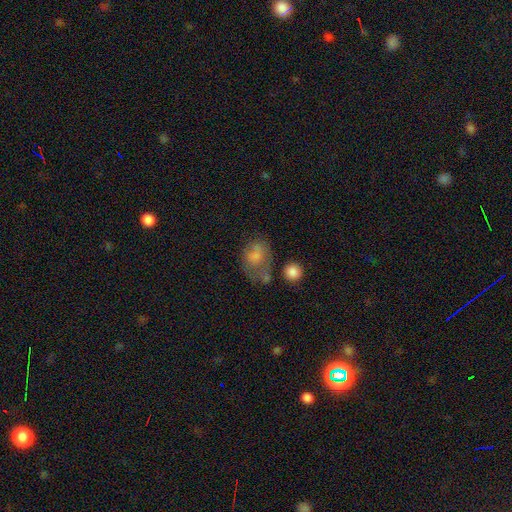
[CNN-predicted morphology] This is likely a smooth galaxy (66%). How rounded: likely in between (66%). Merging: marginally none (34%).